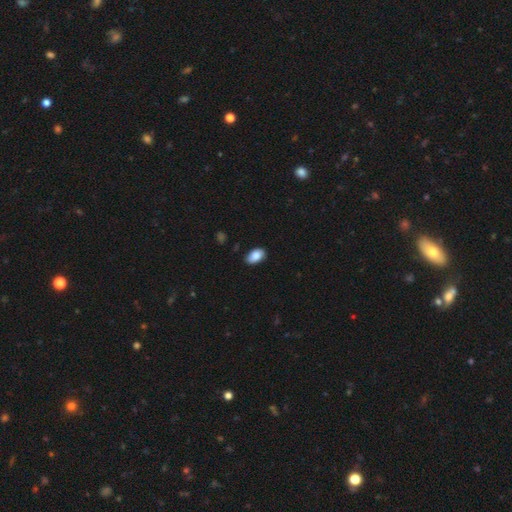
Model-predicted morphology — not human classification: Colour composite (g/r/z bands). It shows a smooth galaxy with no disk features (88%) that is in between round and cigar-shaped (93%). Merging: none (84%).